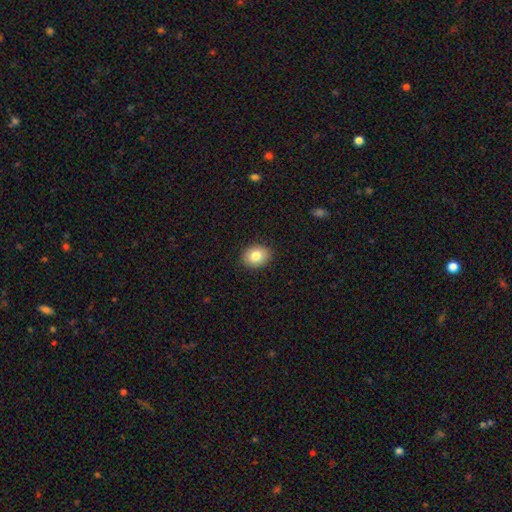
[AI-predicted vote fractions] smooth_or_featured: smooth (p=0.82) [alt: star or artifact p=0.09]
how_rounded: in between (p=0.52) [alt: round p=0.47]
merging: none (p=0.90) [alt: minor disturbance p=0.08]